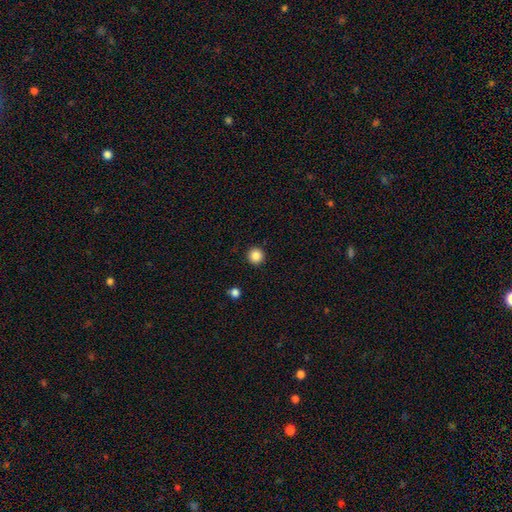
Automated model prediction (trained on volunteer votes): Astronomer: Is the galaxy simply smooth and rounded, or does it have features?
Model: smooth — 87%.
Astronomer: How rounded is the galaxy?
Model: round — 96%.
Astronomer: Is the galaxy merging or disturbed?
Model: none — 93%.